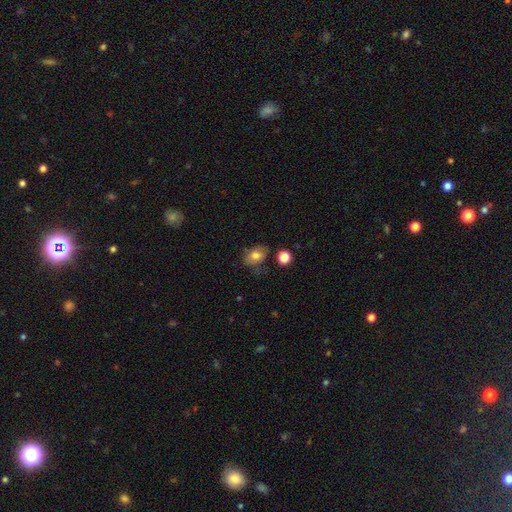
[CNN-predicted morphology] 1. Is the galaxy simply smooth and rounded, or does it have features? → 73% smooth, 18% featured or disk, 9% star or artifact.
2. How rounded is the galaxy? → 71% in between, 28% round, 1% cigar-shaped.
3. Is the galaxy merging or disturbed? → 56% none, 27% minor disturbance, 12% major disturbance, 5% merger.